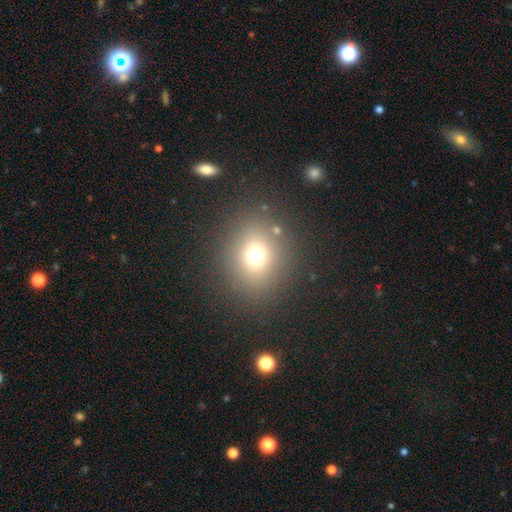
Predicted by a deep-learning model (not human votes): Morphology: type=smooth (69%); roundness=round (77%); merging=none (85%).